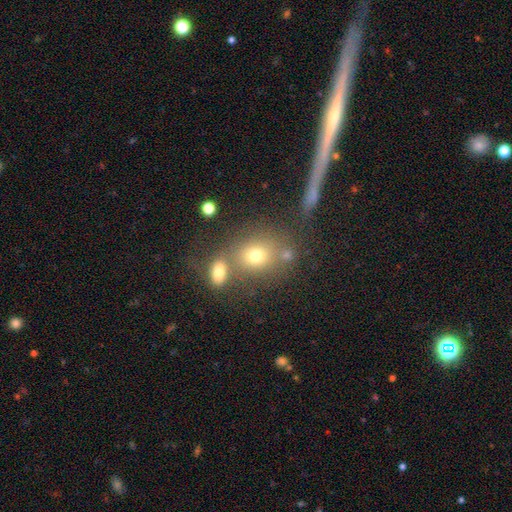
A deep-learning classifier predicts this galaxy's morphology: A smooth galaxy with no disk features (68%) that is round (52%).

Vote fractions:
- Smooth or featured? smooth: 68% / featured or disk: 16% / star or artifact: 16%
- How rounded? round: 52% / in between: 46% / cigar-shaped: 2%
- Merging? none: 53% / merger: 27% / minor disturbance: 12% / major disturbance: 7%